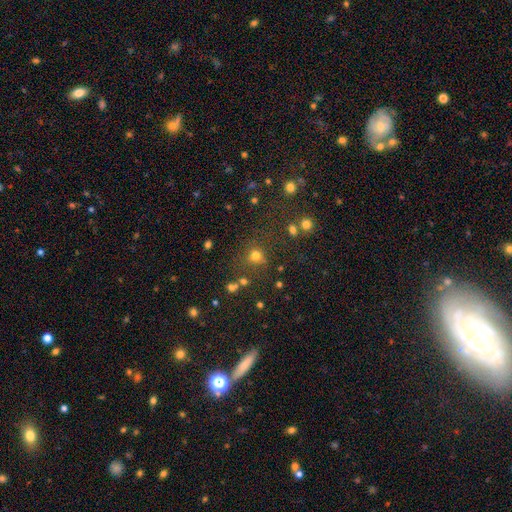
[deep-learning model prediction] A smooth galaxy with no disk features (70%) that is round (88%). Merging: none (73%).